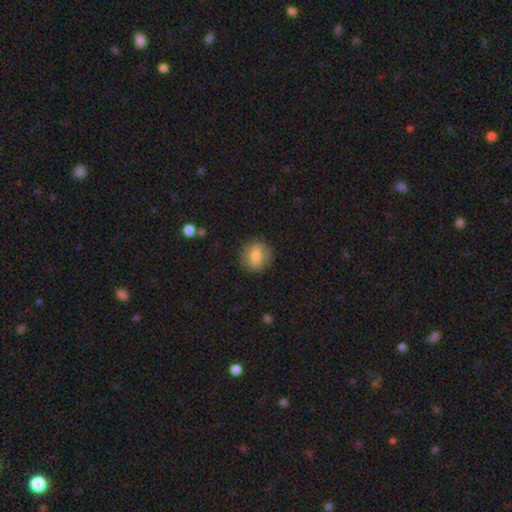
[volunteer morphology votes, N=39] smooth_or_featured: smooth (p=0.97) [alt: star or artifact p=0.03]
how_rounded: round (p=0.87) [alt: in between p=0.13]
merging: none (p=0.87) [alt: minor disturbance p=0.05]